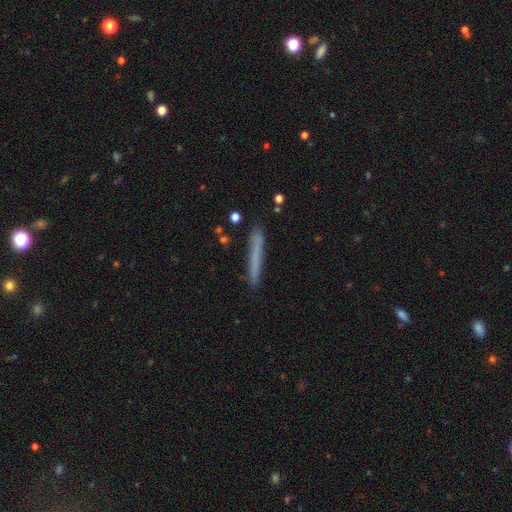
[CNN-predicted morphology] A smooth galaxy with no disk features (66%) that is cigar-shaped (96%).

Vote fractions:
- Smooth or featured? smooth: 66% / featured or disk: 25% / star or artifact: 8%
- How rounded? cigar-shaped: 96% / in between: 2% / round: 1%
- Merging? none: 88% / minor disturbance: 9% / major disturbance: 2% / merger: 2%